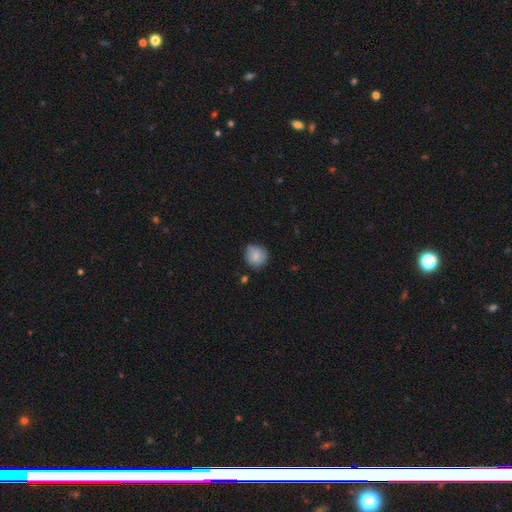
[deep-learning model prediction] Morphology: type=smooth (80%); roundness=round (86%); merging=none (69%).